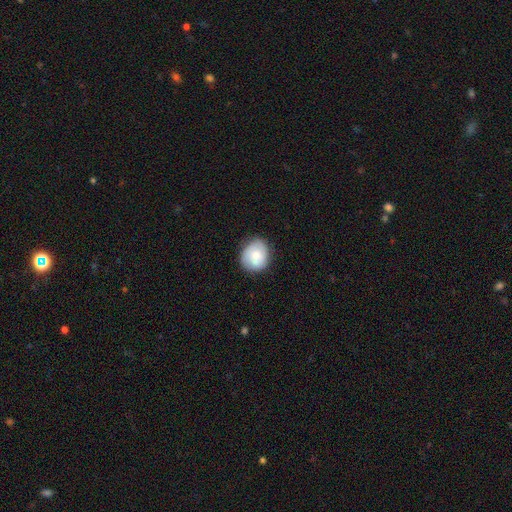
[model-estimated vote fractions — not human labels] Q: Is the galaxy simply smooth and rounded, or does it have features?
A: smooth — 71%.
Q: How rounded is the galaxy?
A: round — 76%.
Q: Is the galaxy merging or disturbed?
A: none — 80%.